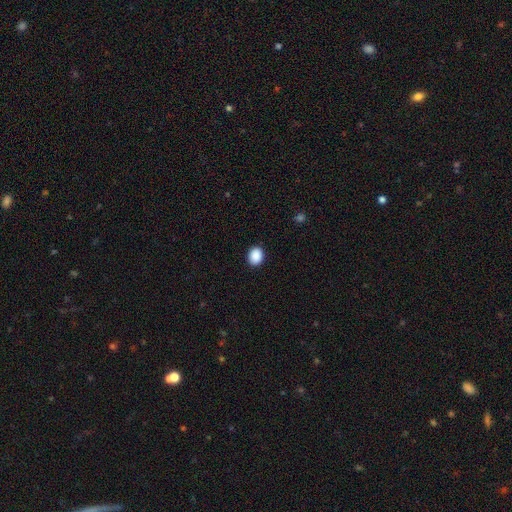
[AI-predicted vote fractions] This is clearly a smooth galaxy (90%). How rounded: possibly round (52%). Merging: clearly none (91%).